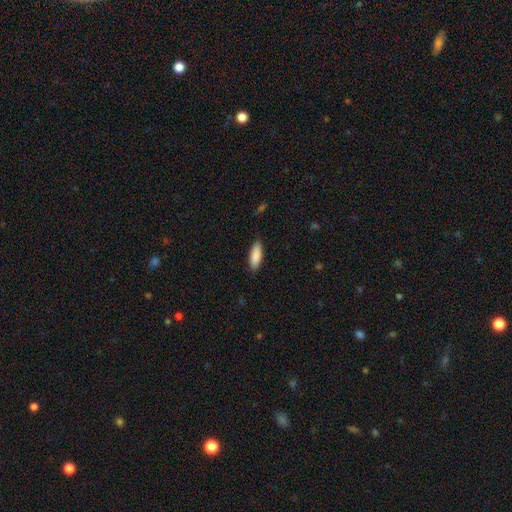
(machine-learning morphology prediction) smooth-or-featured: smooth: 88% | featured or disk: 6% | star or artifact: 5%
  how-rounded: in between: 59% | cigar-shaped: 39% | round: 2%
  merging: none: 87% | minor disturbance: 10% | major disturbance: 2% | merger: 1%